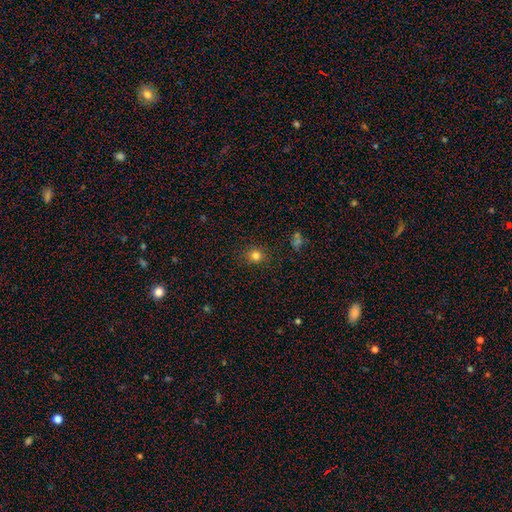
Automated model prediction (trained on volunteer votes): The model was most divided on "smooth or featured": smooth: 80%, star or artifact: 14%, featured or disk: 5%. More confident: merging — none (88%); how rounded — round (84%).